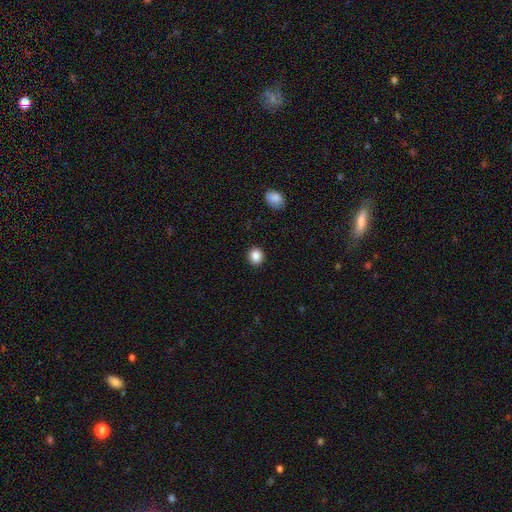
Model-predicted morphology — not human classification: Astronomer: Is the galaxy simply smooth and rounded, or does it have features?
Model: smooth — 87%.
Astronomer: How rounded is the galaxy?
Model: round — 73%.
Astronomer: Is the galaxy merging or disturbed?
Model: none — 91%.